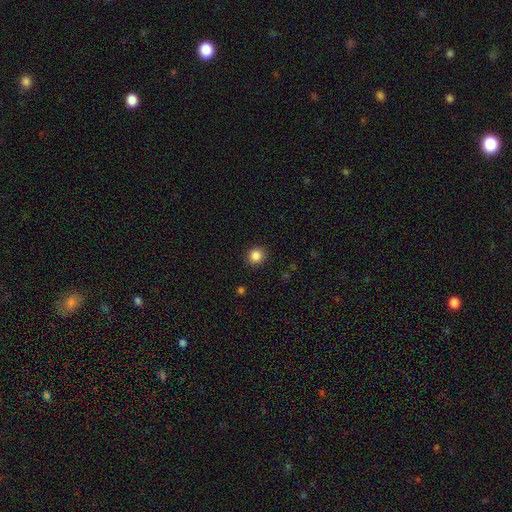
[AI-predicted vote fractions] A smooth galaxy with no disk features (85%) that is round (87%). Merging: none (91%).